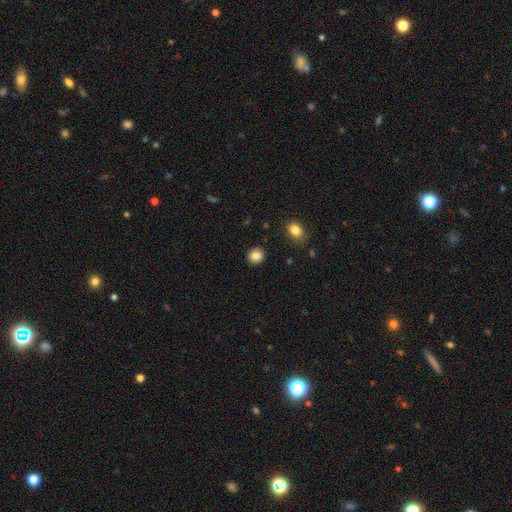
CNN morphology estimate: A smooth galaxy with no disk features (86%) that is round (82%). Merging: none (91%).